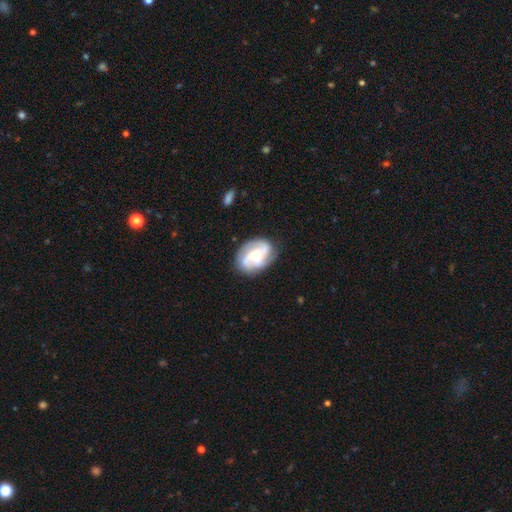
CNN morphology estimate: smooth-or-featured: featured or disk: 77% | smooth: 17% | star or artifact: 6%
  disk-edge-on: no: 98% | yes: 2%
    bar: no: 60% | weak: 30% | strong: 10%
    has-spiral-arms: yes: 94% | no: 6%
      spiral-winding: medium: 45% | tight: 35% | loose: 20%
      spiral-arm-count: 3: 49% | 2: 24% | can't tell: 12% | 4: 8% | 1: 4% | more than 4: 3%
    bulge-size: moderate: 43% | small: 37% | large: 12% | none: 6% | dominant: 2%
  merging: none: 72% | minor disturbance: 18% | major disturbance: 8% | merger: 2%